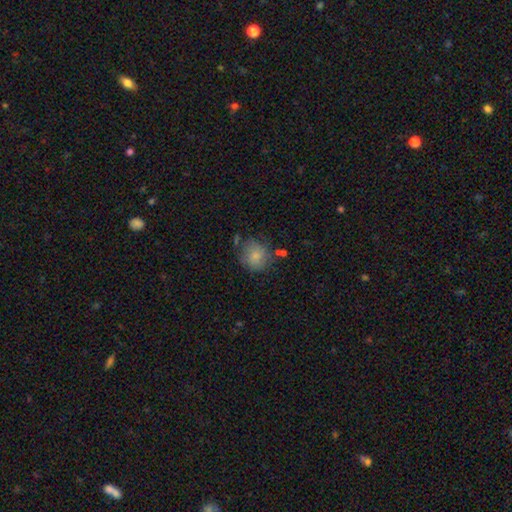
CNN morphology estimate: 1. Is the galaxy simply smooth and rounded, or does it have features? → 80% smooth, 12% featured or disk, 8% star or artifact.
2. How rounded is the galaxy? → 81% round, 18% in between, 1% cigar-shaped.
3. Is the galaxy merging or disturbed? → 64% none, 21% minor disturbance, 8% major disturbance, 7% merger.